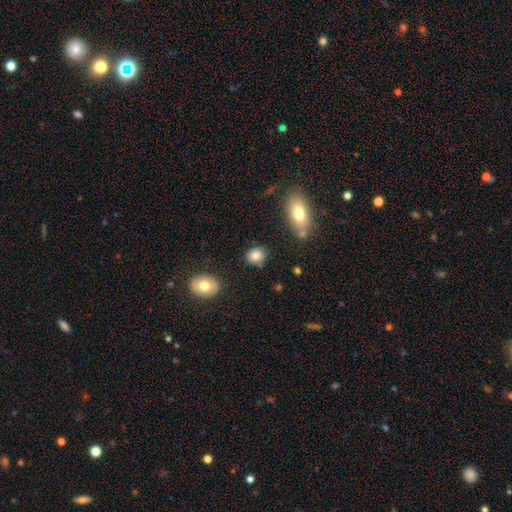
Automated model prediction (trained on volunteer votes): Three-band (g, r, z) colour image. It shows a smooth galaxy with no disk features (83%) that is round (74%). Merging: none (80%).